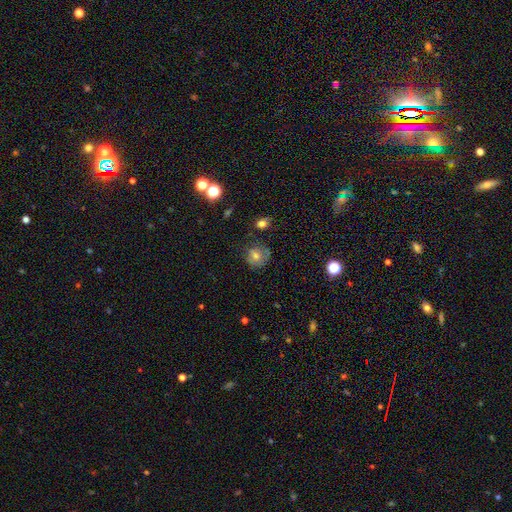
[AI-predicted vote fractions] smooth_or_featured: smooth (p=0.57) [alt: featured or disk p=0.28]
how_rounded: round (p=0.85) [alt: in between p=0.14]
merging: none (p=0.68) [alt: minor disturbance p=0.21]